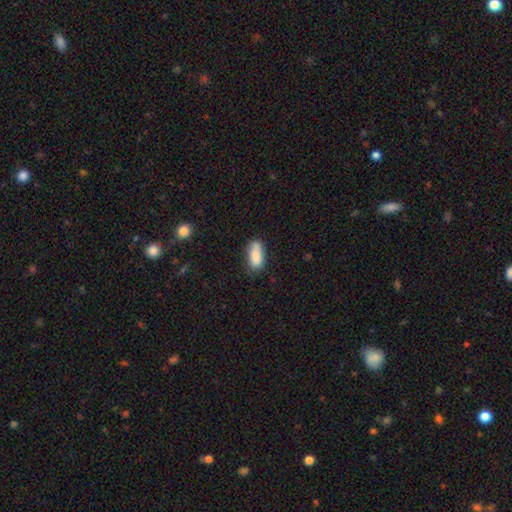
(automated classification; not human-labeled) Smooth or featured? Predicted: smooth (p=0.86). How rounded? Predicted: in between (p=0.86). Merging? Predicted: none (p=0.72).